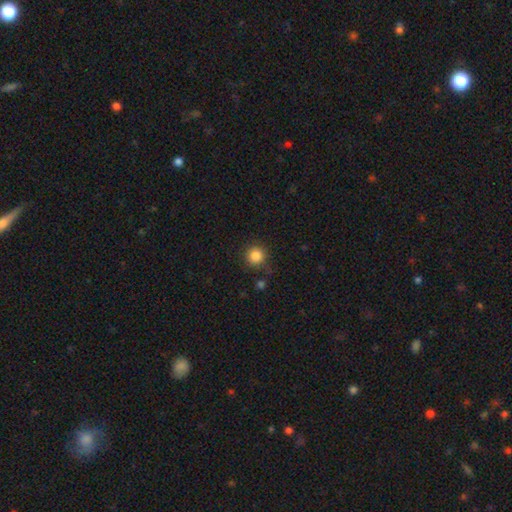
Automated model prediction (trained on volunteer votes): Smooth or featured?
  - smooth: 85% *
  - star or artifact: 11%
  - featured or disk: 4%
How rounded?
  - round: 94% *
  - in between: 5%
  - cigar-shaped: 1%
Merging?
  - none: 85% *
  - minor disturbance: 9%
  - major disturbance: 3%
  - merger: 3%